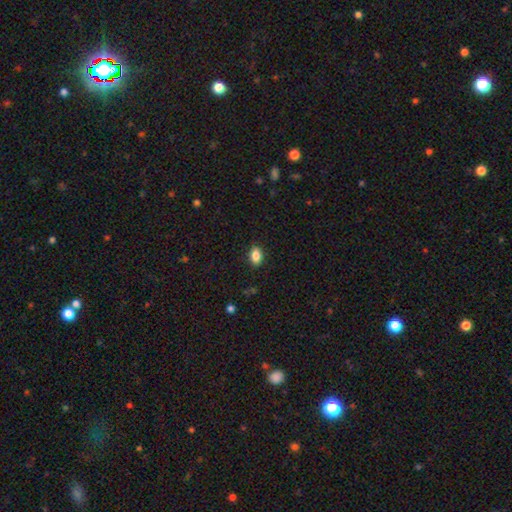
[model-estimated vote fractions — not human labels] This is clearly a smooth galaxy (86%). How rounded: clearly in between (87%). Merging: clearly none (88%).